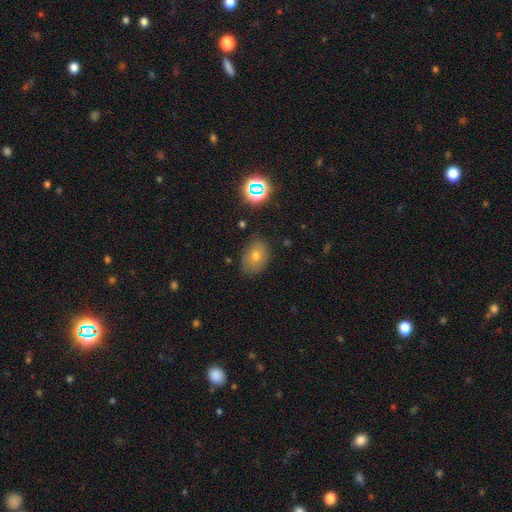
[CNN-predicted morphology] A smooth galaxy with no disk features (68%) that is in between round and cigar-shaped (66%). Merging: none (76%).